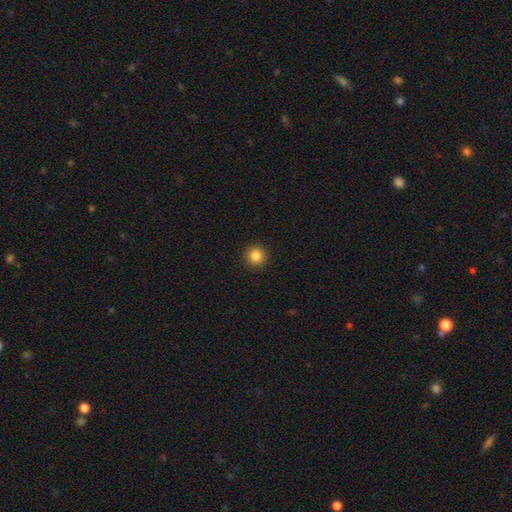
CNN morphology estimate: Smooth or featured? Predicted: smooth (p=0.85). How rounded? Predicted: round (p=0.95). Merging? Predicted: none (p=0.93).